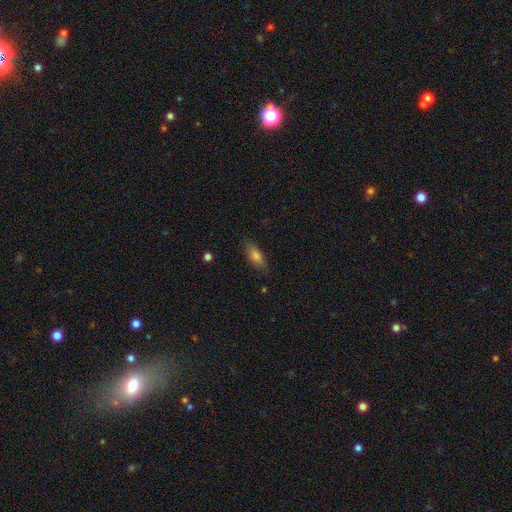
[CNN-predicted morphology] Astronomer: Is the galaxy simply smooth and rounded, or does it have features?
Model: smooth — 80%.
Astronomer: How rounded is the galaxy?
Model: in between — 74%.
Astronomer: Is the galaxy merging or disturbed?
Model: none — 83%.